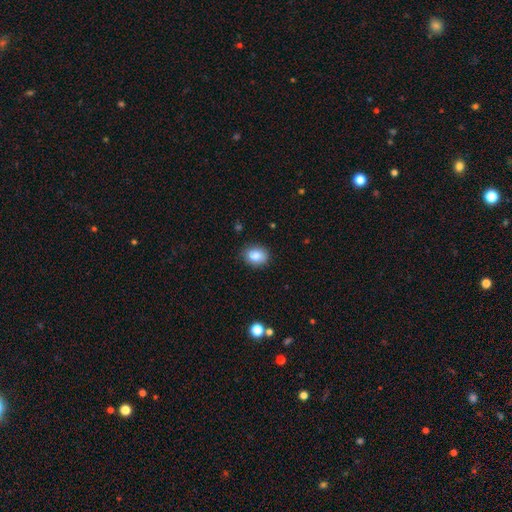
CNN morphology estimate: smooth-or-featured: smooth: 85% | star or artifact: 9% | featured or disk: 7%
  how-rounded: in between: 55% | round: 44% | cigar-shaped: 1%
  merging: none: 86% | minor disturbance: 10% | major disturbance: 2% | merger: 1%